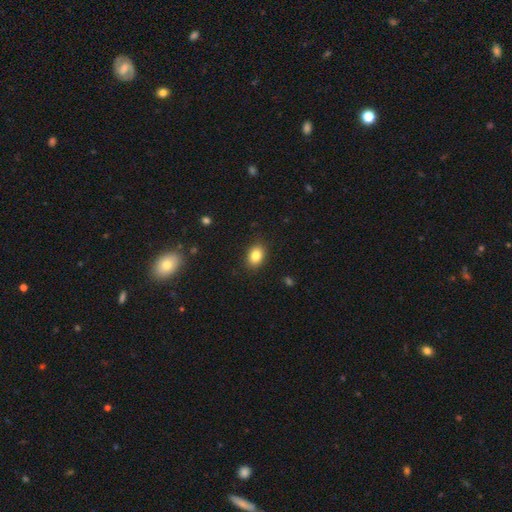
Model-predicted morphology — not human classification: This appears to be a smooth galaxy with no disk features (84%) that is in between round and cigar-shaped (76%). Merging: none (89%).